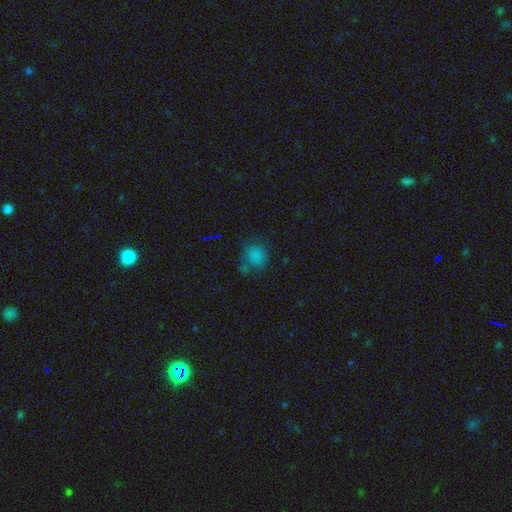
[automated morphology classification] A smooth galaxy with no disk features (71%) that is round (74%). Merging: none (53%).